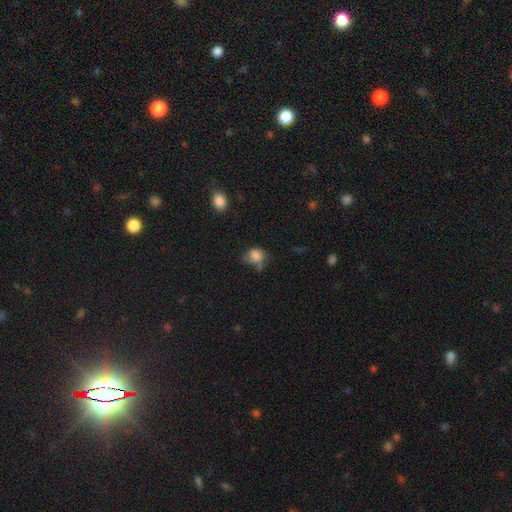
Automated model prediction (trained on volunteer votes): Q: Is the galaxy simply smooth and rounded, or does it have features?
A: smooth — 80%.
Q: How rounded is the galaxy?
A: in between — 54%.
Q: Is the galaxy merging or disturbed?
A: none — 38%.